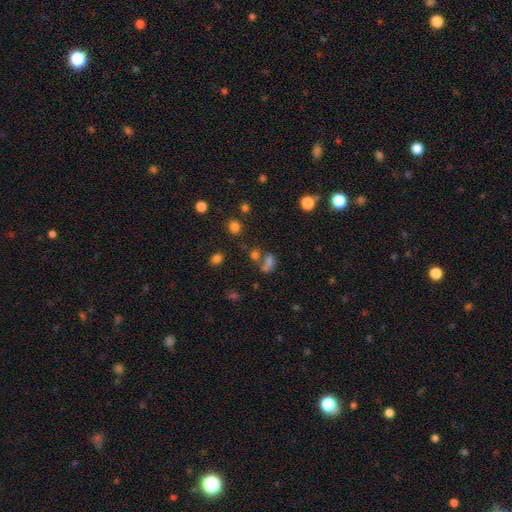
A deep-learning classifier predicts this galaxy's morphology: A smooth galaxy with no disk features (47%).

Vote fractions:
- Smooth or featured? smooth: 47% / star or artifact: 38% / featured or disk: 14%
- Merging? none: 45% / merger: 35% / minor disturbance: 11% / major disturbance: 9%